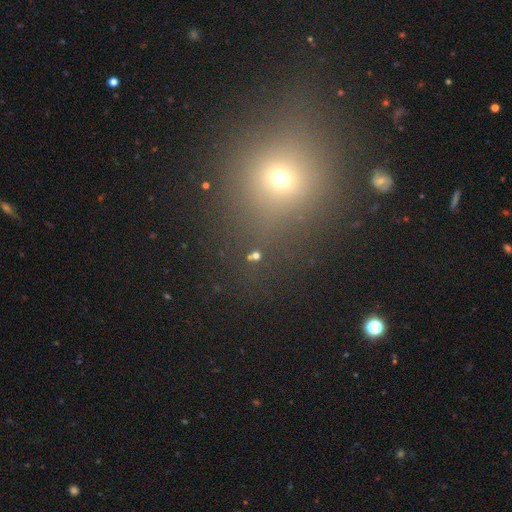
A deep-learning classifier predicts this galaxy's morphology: A smooth galaxy with no disk features (51%) that is round (77%).

Vote fractions:
- Smooth or featured? smooth: 51% / star or artifact: 40% / featured or disk: 9%
- How rounded? round: 77% / in between: 20% / cigar-shaped: 3%
- Merging? none: 77% / minor disturbance: 9% / merger: 8% / major disturbance: 6%